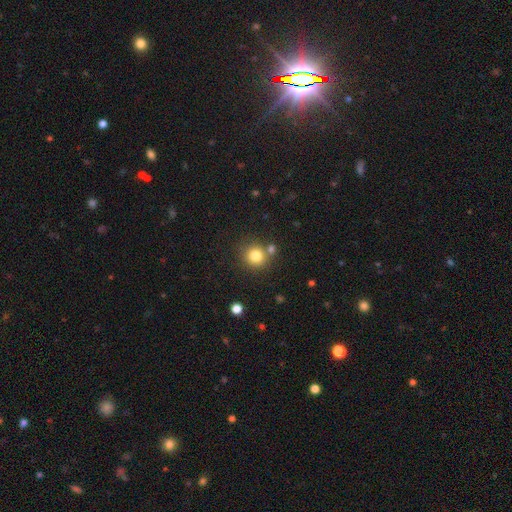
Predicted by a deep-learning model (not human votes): This is clearly a smooth galaxy (81%). How rounded: clearly round (92%). Merging: likely none (74%).